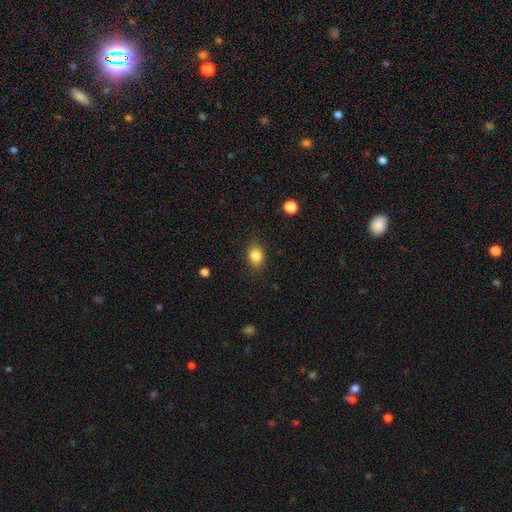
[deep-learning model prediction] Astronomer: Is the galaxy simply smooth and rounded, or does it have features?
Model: smooth — 84%.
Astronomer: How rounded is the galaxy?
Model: in between — 66%.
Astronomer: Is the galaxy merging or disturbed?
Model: none — 84%.